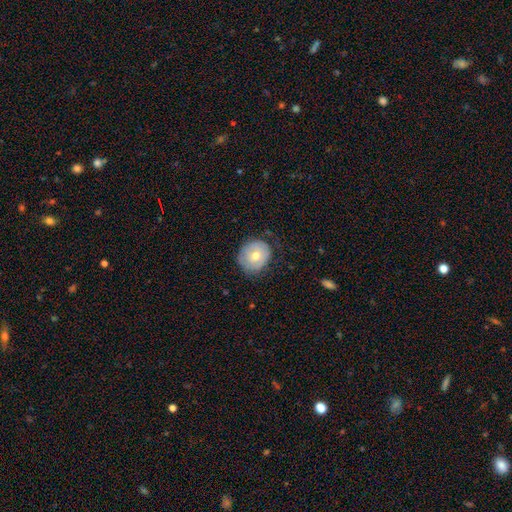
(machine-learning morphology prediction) Smooth or featured? smooth (55%)
How rounded? round (77%)
Merging? none (67%)